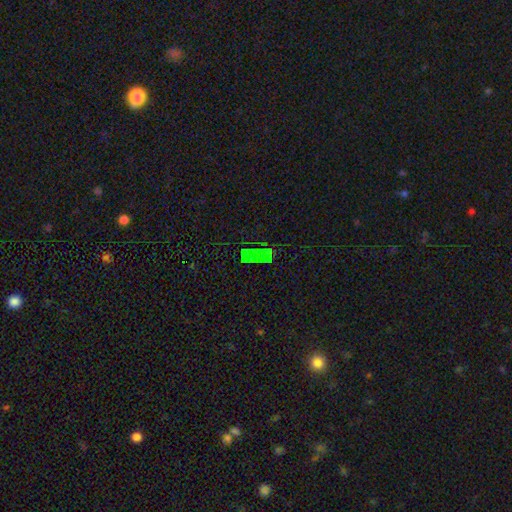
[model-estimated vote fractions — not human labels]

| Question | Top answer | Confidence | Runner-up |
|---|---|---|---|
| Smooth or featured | star or artifact | 59% | smooth (22%) |